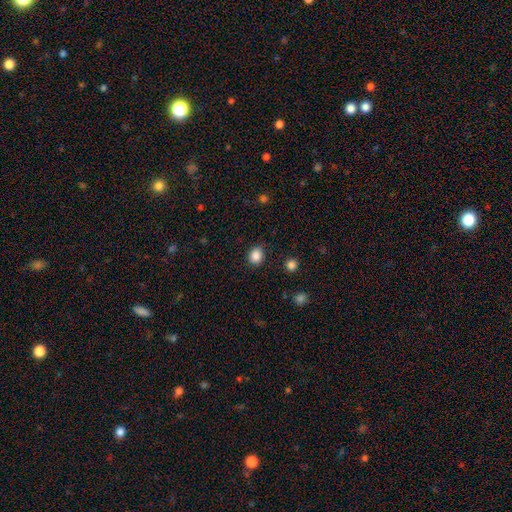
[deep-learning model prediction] smooth-or-featured: smooth: 86% | star or artifact: 10% | featured or disk: 4%
  how-rounded: round: 62% | in between: 37% | cigar-shaped: 1%
  merging: none: 83% | minor disturbance: 12% | major disturbance: 3% | merger: 2%